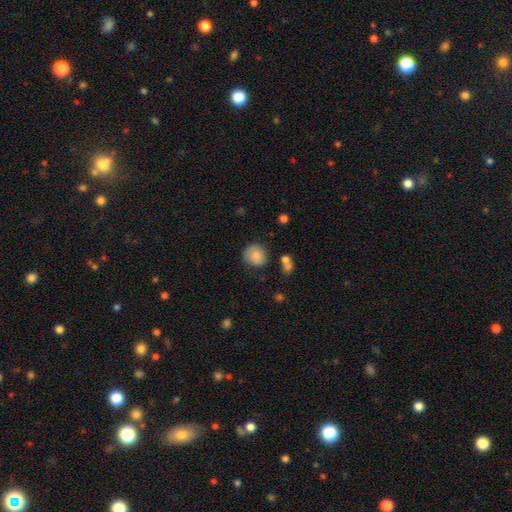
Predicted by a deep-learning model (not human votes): smooth 82%, featured or disk 10%, star or artifact 8%. Down the decision tree: how rounded — round (84%); merging — none (71%).